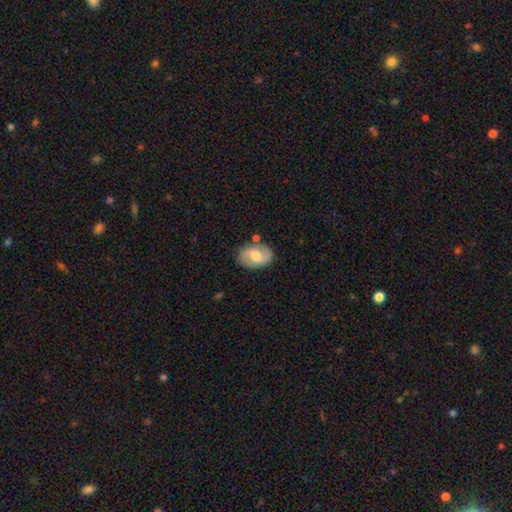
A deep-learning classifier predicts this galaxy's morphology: This is likely a featured or disk galaxy (68%). It is clearly not viewed edge-on (97%). Bar: possibly weak (50%). Spiral arm pattern: clearly yes (89%). Spiral arm count: clearly 2 (88%). Spiral winding: possibly medium (51%). Central bulge: likely moderate (64%). Merging: likely none (78%).